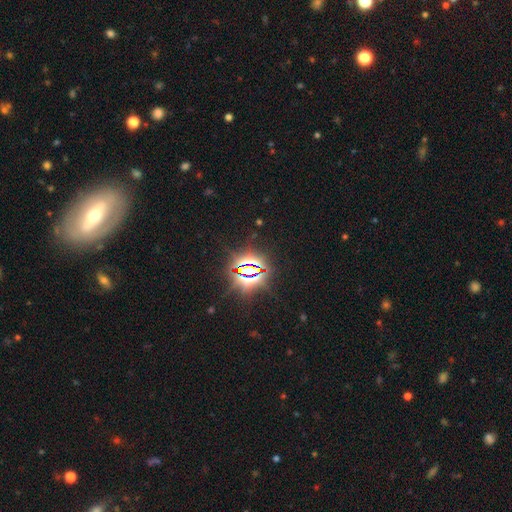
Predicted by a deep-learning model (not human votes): Smooth or featured?
  - star or artifact: 72% *
  - smooth: 15%
  - featured or disk: 13%